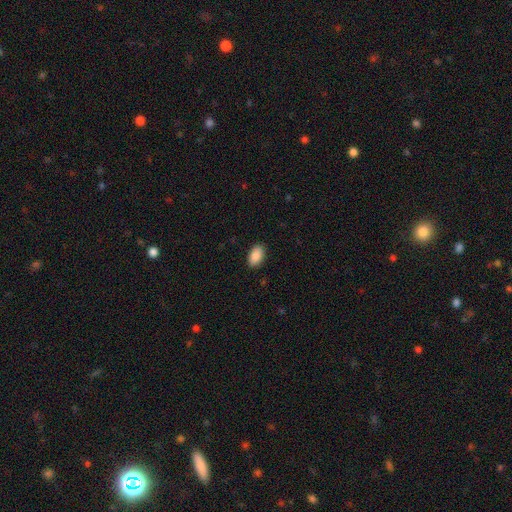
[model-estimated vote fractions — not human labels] A smooth galaxy with no disk features (90%) that is in between round and cigar-shaped (94%).

Vote fractions:
- Smooth or featured? smooth: 90% / star or artifact: 7% / featured or disk: 4%
- How rounded? in between: 94% / round: 5% / cigar-shaped: 2%
- Merging? none: 89% / minor disturbance: 8% / major disturbance: 2% / merger: 1%